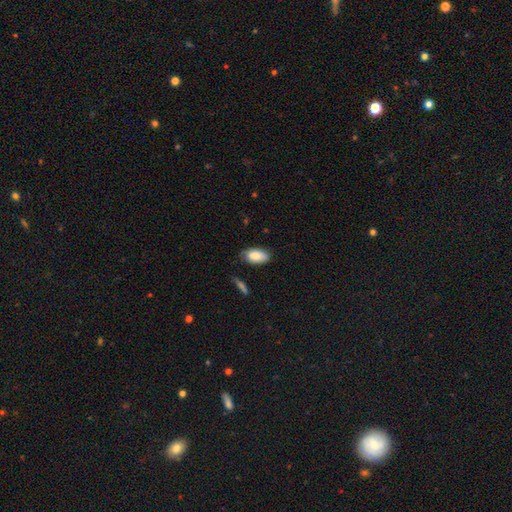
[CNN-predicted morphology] This appears to be a smooth galaxy with no disk features (86%) that is in between round and cigar-shaped (94%). Merging: none (72%).